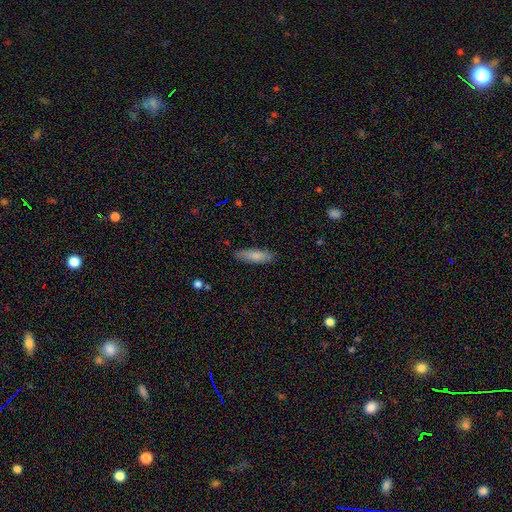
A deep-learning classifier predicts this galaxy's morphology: Overall: smooth (81%). How rounded: cigar-shaped (55%; in between 43%). Merging: none (82%).